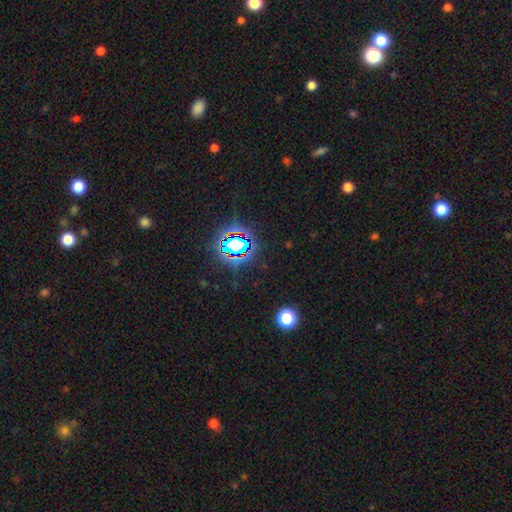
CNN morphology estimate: The model was most divided on "smooth or featured": star or artifact: 77%, smooth: 15%, featured or disk: 8%.